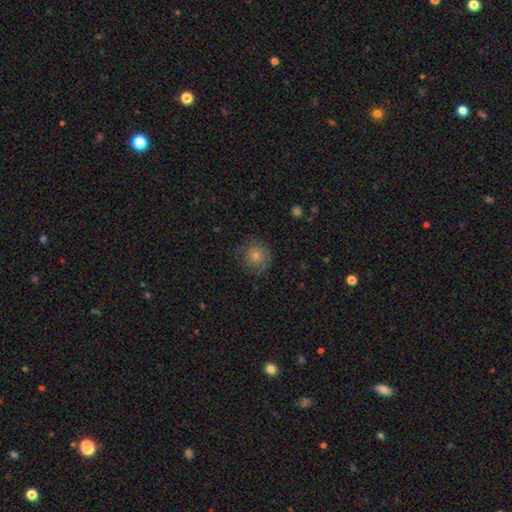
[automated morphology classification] Overall: smooth (60%; featured or disk 25%). How rounded: round (88%). Merging: none (76%).